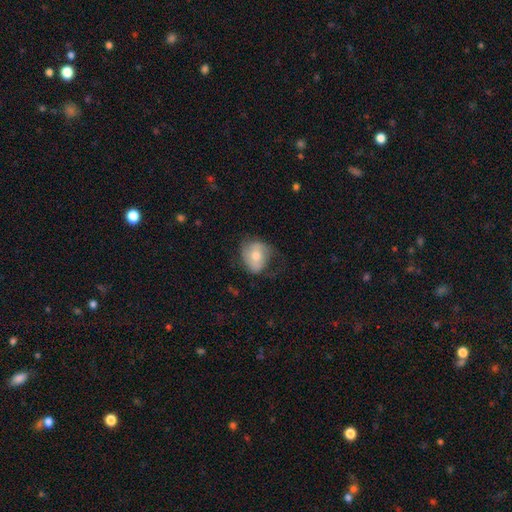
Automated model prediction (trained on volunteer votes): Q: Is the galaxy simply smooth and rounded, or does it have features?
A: smooth — 62%.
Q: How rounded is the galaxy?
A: round — 54%.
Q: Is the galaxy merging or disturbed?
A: none — 49%.